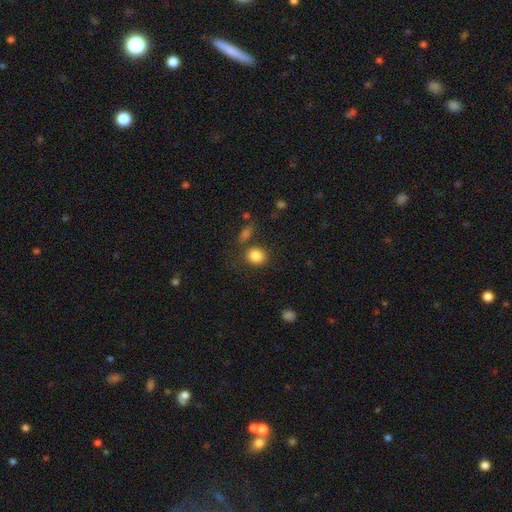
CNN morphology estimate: smooth 85%, star or artifact 10%, featured or disk 5%. Down the decision tree: how rounded — round (59%); merging — none (75%).